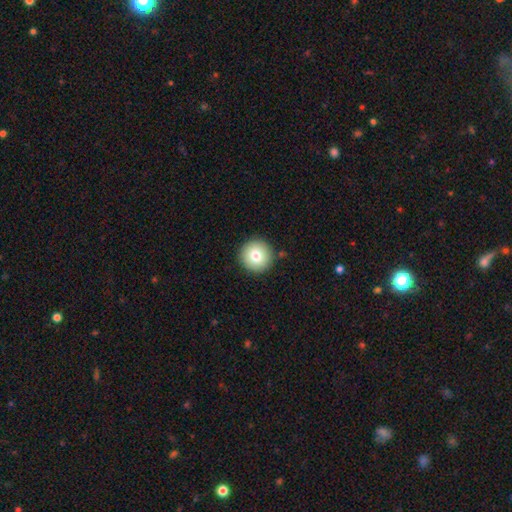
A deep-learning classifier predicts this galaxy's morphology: Q: Smooth or featured?
A: smooth (79%); runner-up: featured or disk (12%)
Q: How rounded?
A: round (96%); runner-up: in between (3%)
Q: Merging?
A: none (90%); runner-up: minor disturbance (7%)